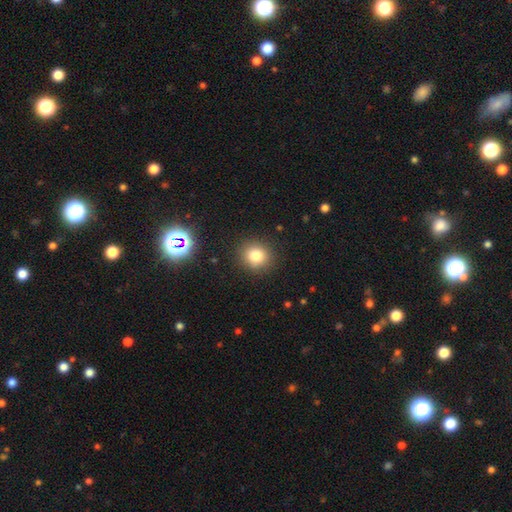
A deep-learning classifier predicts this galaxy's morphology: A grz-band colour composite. It shows a smooth galaxy with no disk features (79%) that is round (83%). Merging: none (89%).